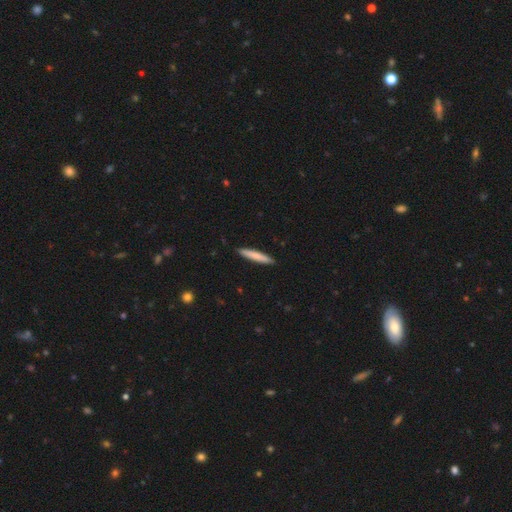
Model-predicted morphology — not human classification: A smooth galaxy with no disk features (79%) that is cigar-shaped (93%).

Vote fractions:
- Smooth or featured? smooth: 79% / featured or disk: 16% / star or artifact: 5%
- How rounded? cigar-shaped: 93% / in between: 6% / round: 1%
- Merging? none: 91% / minor disturbance: 7% / major disturbance: 1% / merger: 1%